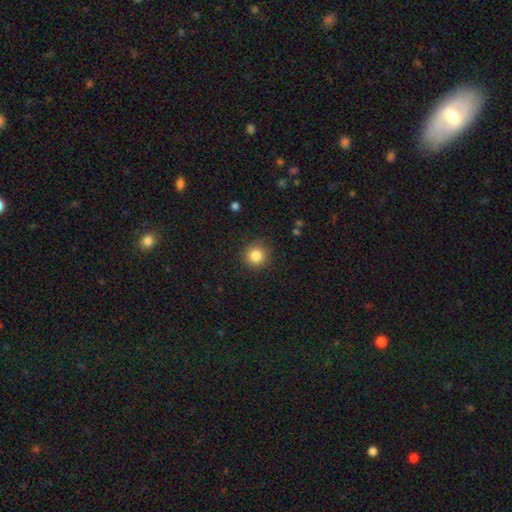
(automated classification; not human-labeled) Q: Smooth or featured?
A: smooth (84%); runner-up: star or artifact (11%)
Q: How rounded?
A: round (94%); runner-up: in between (5%)
Q: Merging?
A: none (89%); runner-up: minor disturbance (8%)